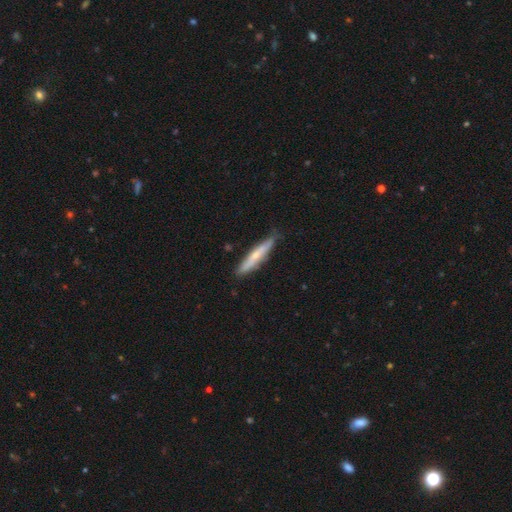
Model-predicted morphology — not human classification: smooth-or-featured: smooth: 49% | featured or disk: 45% | star or artifact: 6%
  merging: none: 74% | minor disturbance: 21% | major disturbance: 3% | merger: 2%